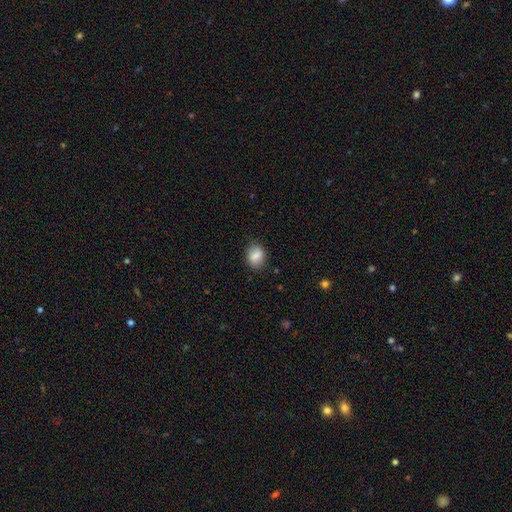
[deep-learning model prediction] Morphology: type=smooth (83%); roundness=in between (61%); merging=none (82%).